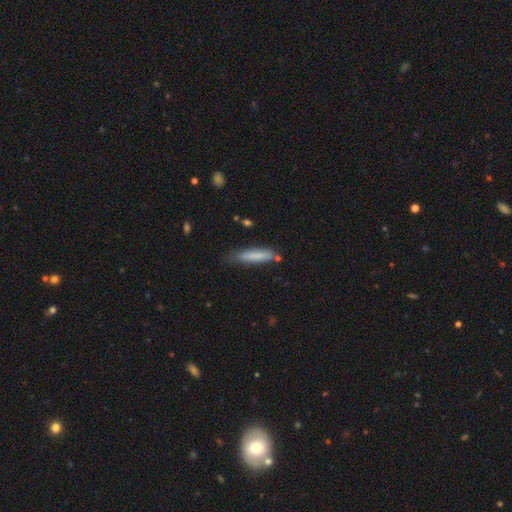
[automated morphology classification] smooth 80%, featured or disk 14%, star or artifact 7%. Down the decision tree: how rounded — cigar-shaped (82%); merging — none (68%).